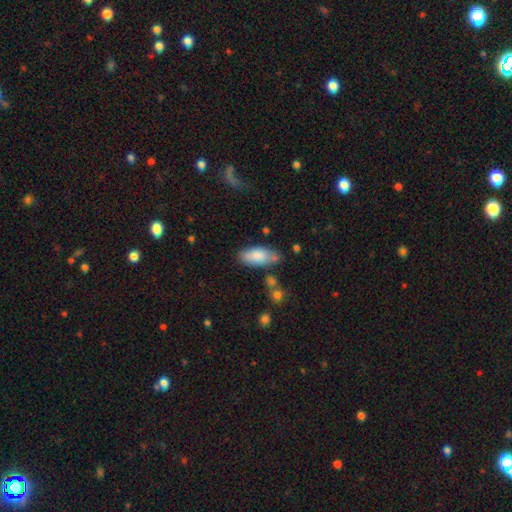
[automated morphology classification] smooth 82%, featured or disk 12%, star or artifact 6%. Down the decision tree: how rounded — in between (88%); merging — none (69%).